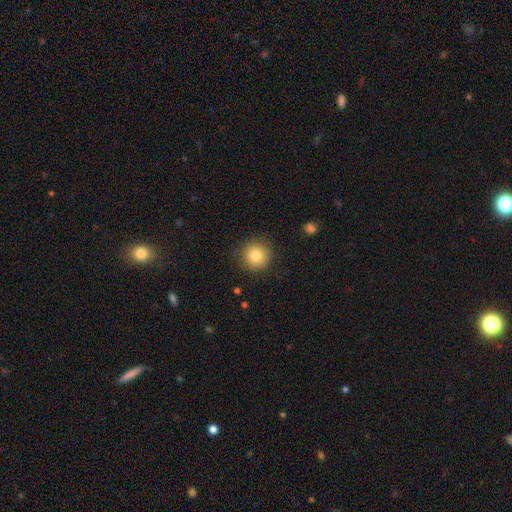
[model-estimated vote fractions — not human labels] This is clearly a smooth galaxy (82%). How rounded: clearly round (94%). Merging: clearly none (88%).